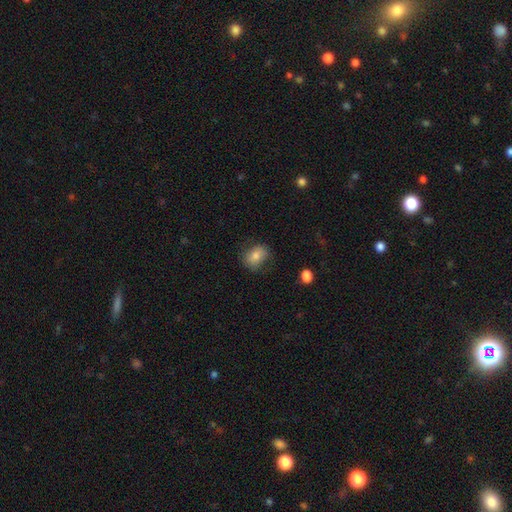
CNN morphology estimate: Overall: smooth (80%). How rounded: in between (65%; round 34%). Merging: none (72%).